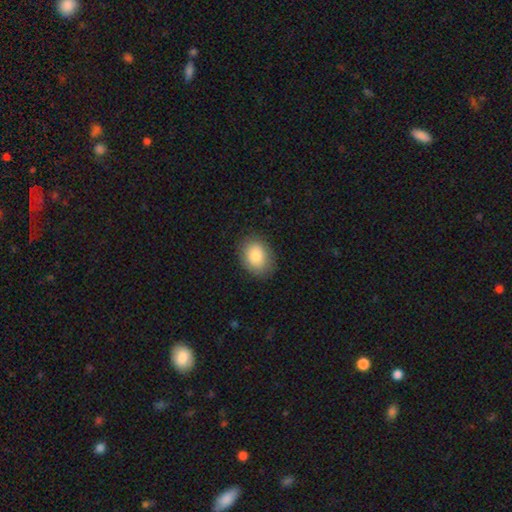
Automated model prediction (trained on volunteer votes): This is clearly a smooth galaxy (82%). How rounded: likely in between (63%). Merging: clearly none (85%).